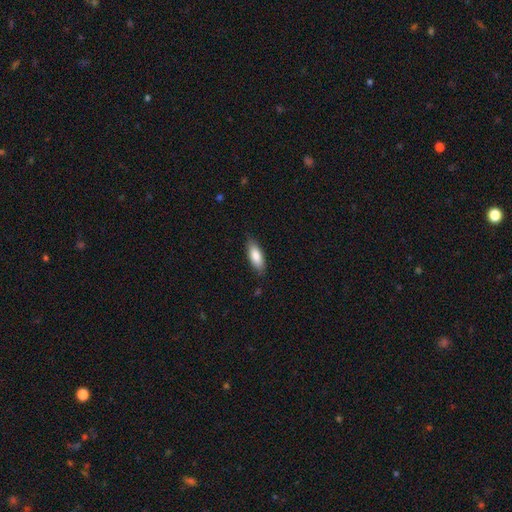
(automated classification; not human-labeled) Smooth or featured? smooth (84%)
How rounded? in between (72%)
Merging? none (83%)